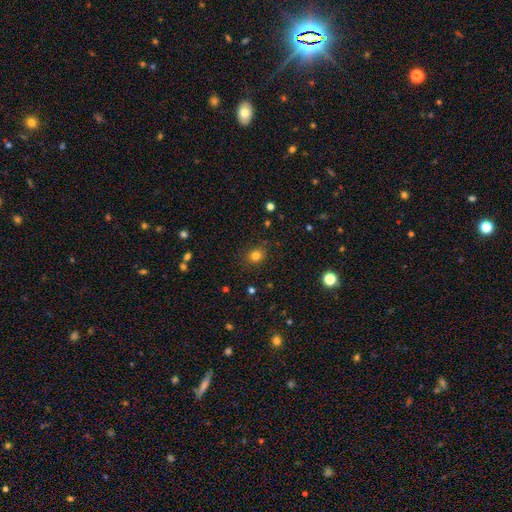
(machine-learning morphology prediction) A smooth galaxy with no disk features (80%) that is round (68%). Merging: none (84%).